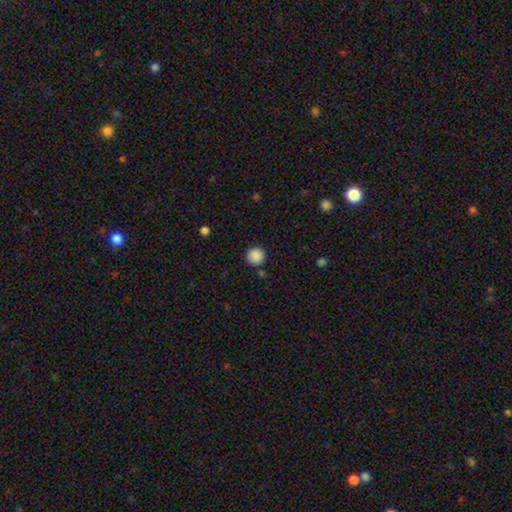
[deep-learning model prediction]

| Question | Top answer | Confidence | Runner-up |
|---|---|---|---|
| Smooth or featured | smooth | 88% | star or artifact (9%) |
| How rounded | round | 93% | in between (6%) |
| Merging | none | 87% | minor disturbance (8%) |